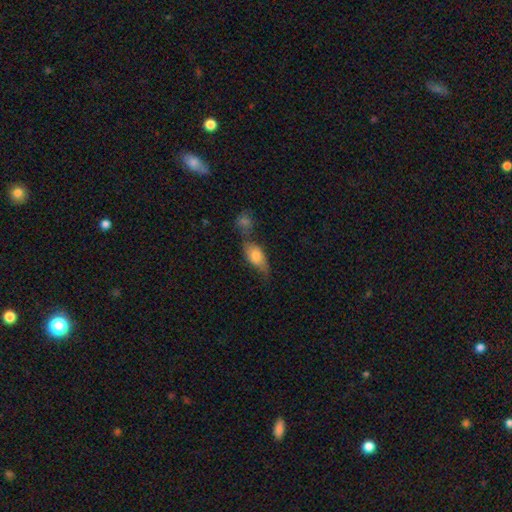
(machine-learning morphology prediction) This appears to be a smooth galaxy with no disk features (71%) that is in between round and cigar-shaped (82%). Merging: none (41%).